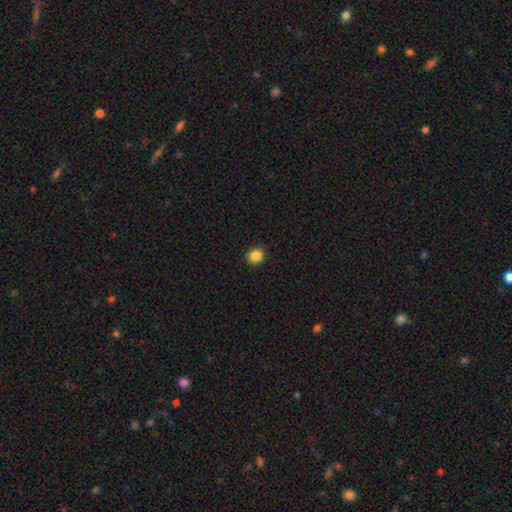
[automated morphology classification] Smooth or featured?
  - smooth: 86% *
  - star or artifact: 11%
  - featured or disk: 4%
How rounded?
  - round: 80% *
  - in between: 19%
  - cigar-shaped: 1%
Merging?
  - none: 91% *
  - minor disturbance: 7%
  - major disturbance: 2%
  - merger: 1%